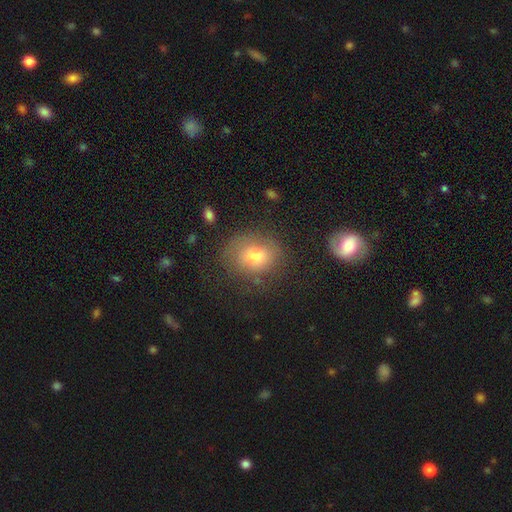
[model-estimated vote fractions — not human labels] smooth-or-featured: smooth: 67% | featured or disk: 22% | star or artifact: 11%
  how-rounded: in between: 54% | round: 45% | cigar-shaped: 1%
  merging: none: 65% | minor disturbance: 21% | major disturbance: 11% | merger: 4%